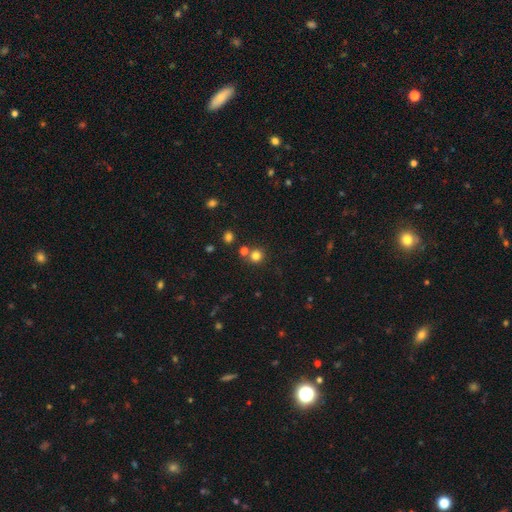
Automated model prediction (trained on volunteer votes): This is likely a smooth galaxy (78%). How rounded: clearly round (90%). Merging: likely none (72%).